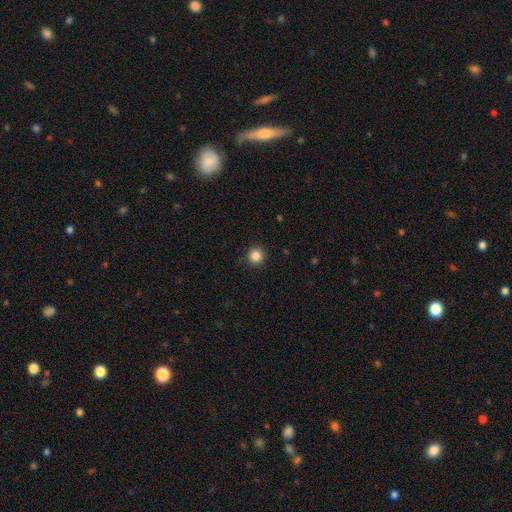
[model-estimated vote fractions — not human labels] A smooth galaxy with no disk features (85%) that is round (95%). Merging: none (92%).